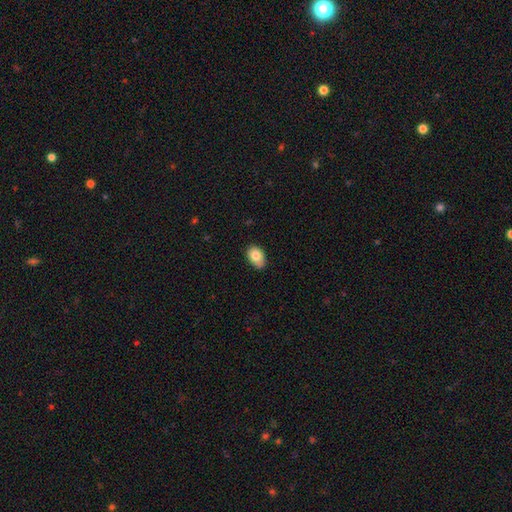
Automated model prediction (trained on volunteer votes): Overall: smooth (81%). How rounded: in between (83%). Merging: none (72%).